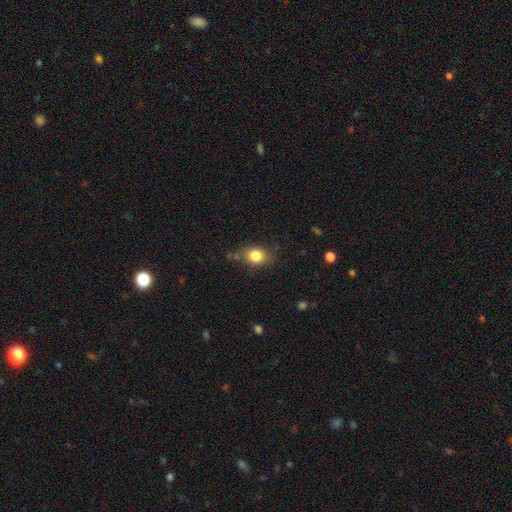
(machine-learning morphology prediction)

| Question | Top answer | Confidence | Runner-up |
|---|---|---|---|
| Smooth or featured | smooth | 83% | star or artifact (10%) |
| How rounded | in between | 59% | round (40%) |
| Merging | none | 75% | minor disturbance (17%) |